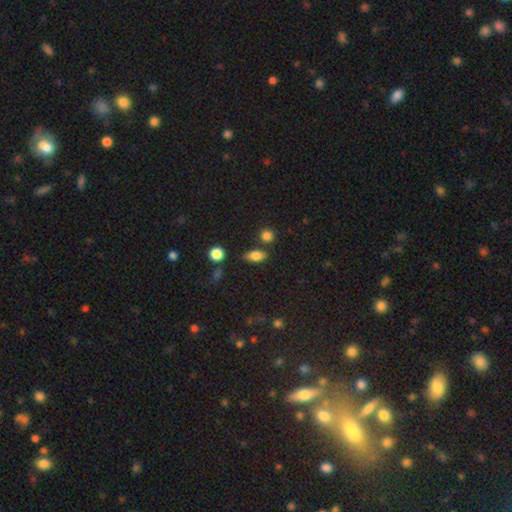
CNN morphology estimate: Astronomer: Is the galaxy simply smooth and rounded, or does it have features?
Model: smooth — 81%.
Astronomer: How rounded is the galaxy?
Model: in between — 83%.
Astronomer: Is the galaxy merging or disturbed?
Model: none — 78%.